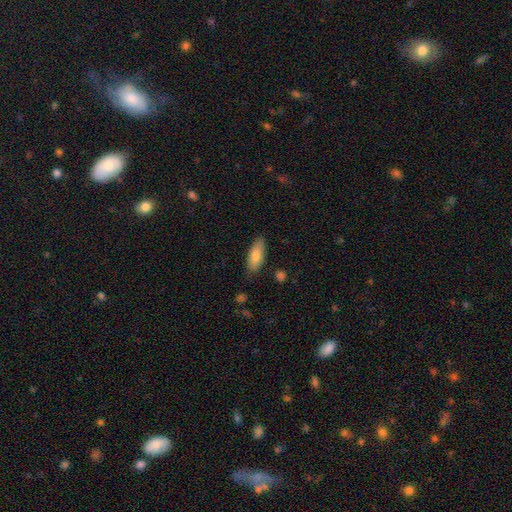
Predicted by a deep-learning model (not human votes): A smooth galaxy with no disk features (78%) that is in between round and cigar-shaped (79%).

Vote fractions:
- Smooth or featured? smooth: 78% / featured or disk: 16% / star or artifact: 6%
- How rounded? in between: 79% / cigar-shaped: 19% / round: 2%
- Merging? none: 82% / minor disturbance: 14% / major disturbance: 3% / merger: 2%